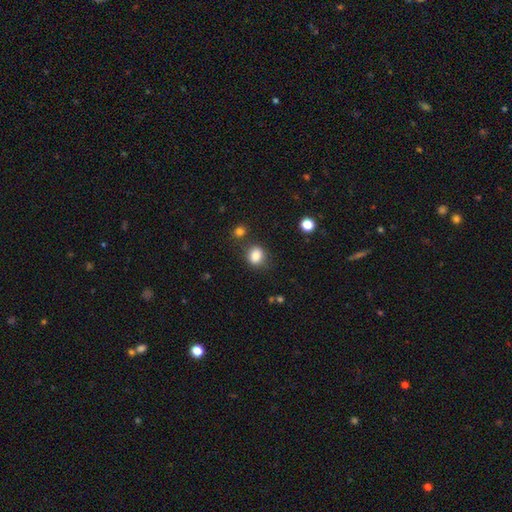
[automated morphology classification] Smooth or featured? Predicted: smooth (p=0.85). How rounded? Predicted: round (p=0.60). Merging? Predicted: none (p=0.75).